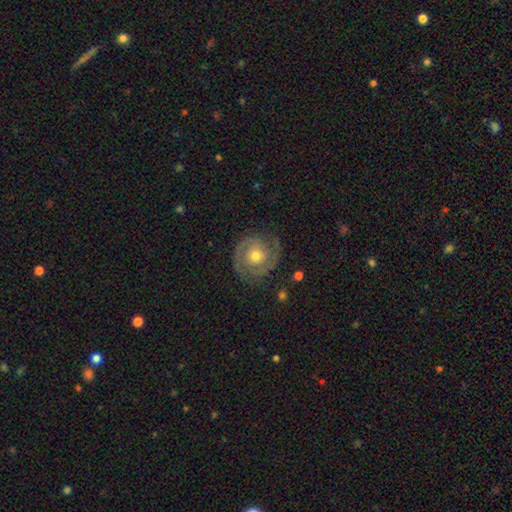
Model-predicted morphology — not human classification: A featured or disk galaxy (82%) with no bar (75%), 2 (80%) tight (61%) spiral arms (92%) and a moderate central bulge (64%).

Vote fractions:
- Smooth or featured? featured or disk: 82% / smooth: 12% / star or artifact: 6%
- Edge-on disk? no: 98% / yes: 2%
- Bar? no: 75% / weak: 20% / strong: 5%
- Spiral arms? yes: 92% / no: 8%
- Spiral winding? tight: 61% / medium: 31% / loose: 8%
- Spiral arm count? 2: 80% / can't tell: 9% / 3: 4% / 1: 3% / 4: 2% / more than 4: 2%
- Bulge size? moderate: 64% / small: 30% / large: 4% / none: 1% / dominant: 1%
- Merging? none: 80% / minor disturbance: 13% / major disturbance: 5% / merger: 1%